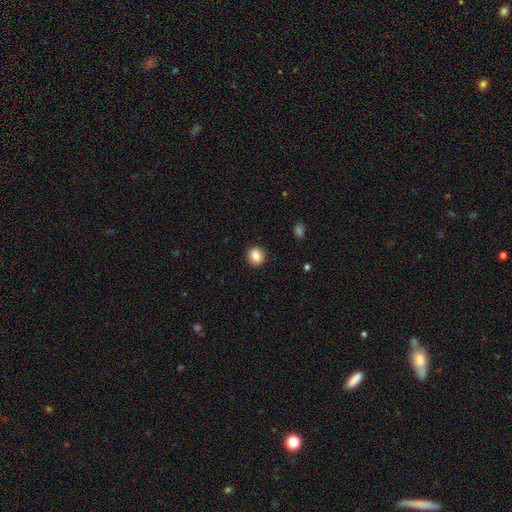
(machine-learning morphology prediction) Q: Smooth or featured?
A: smooth (85%); runner-up: star or artifact (9%)
Q: How rounded?
A: round (90%); runner-up: in between (9%)
Q: Merging?
A: none (92%); runner-up: minor disturbance (5%)